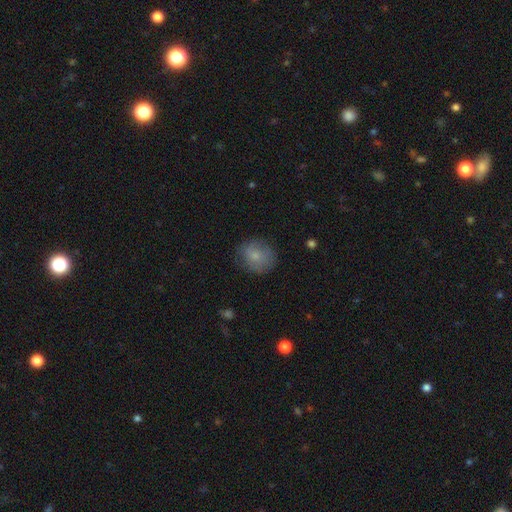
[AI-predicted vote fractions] Smooth or featured? Predicted: smooth (p=0.78). How rounded? Predicted: round (p=0.77). Merging? Predicted: none (p=0.75).